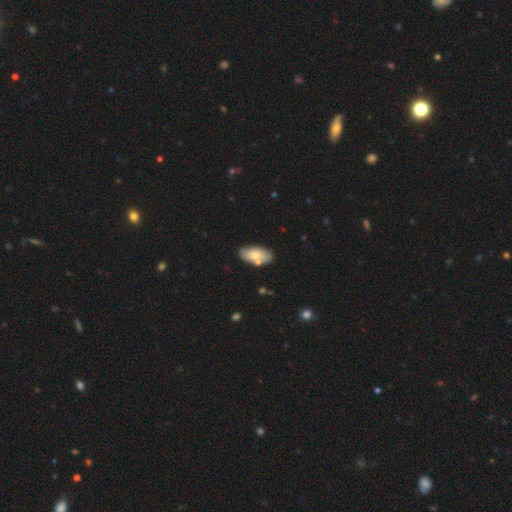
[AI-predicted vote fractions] smooth_or_featured: smooth (p=0.72) [alt: featured or disk p=0.22]
how_rounded: in between (p=0.92) [alt: cigar-shaped p=0.05]
merging: none (p=0.74) [alt: minor disturbance p=0.14]